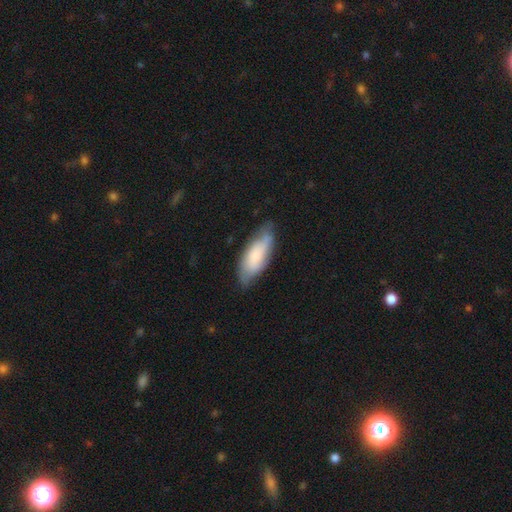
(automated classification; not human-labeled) smooth 63%, featured or disk 30%, star or artifact 7%. Down the decision tree: how rounded — in between (73%); merging — none (64%).